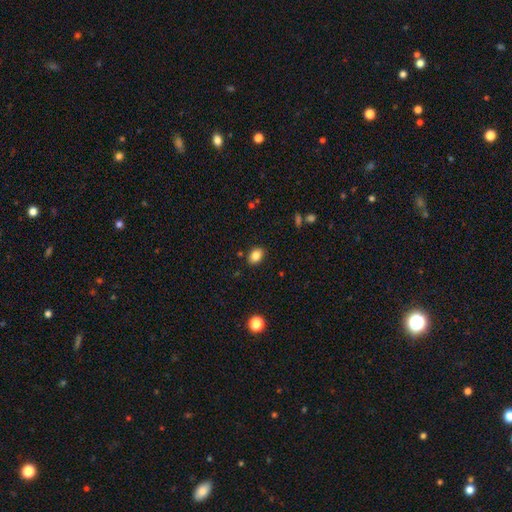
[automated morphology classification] Smooth or featured: smooth — 84% (star or artifact — 9%)
How rounded: in between — 73% (round — 26%)
Merging: none — 87% (minor disturbance — 9%)